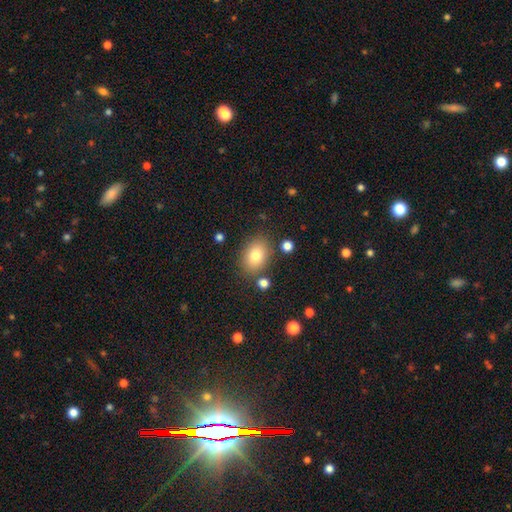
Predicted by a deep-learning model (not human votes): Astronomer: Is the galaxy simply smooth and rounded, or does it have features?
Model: smooth — 79%.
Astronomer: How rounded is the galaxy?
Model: in between — 70%.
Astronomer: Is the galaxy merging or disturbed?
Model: none — 80%.